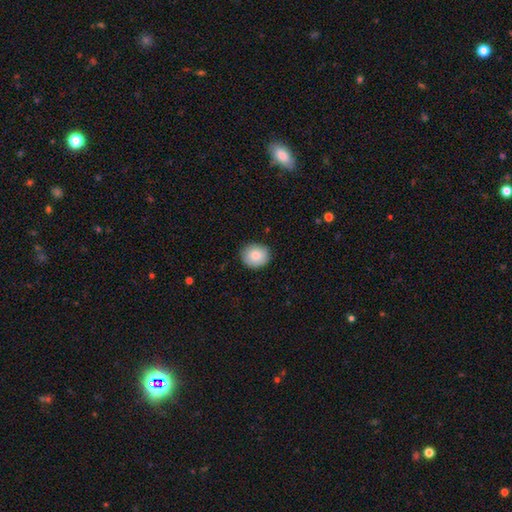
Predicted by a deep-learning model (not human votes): Morphology: type=smooth (81%); roundness=round (76%); merging=none (85%).